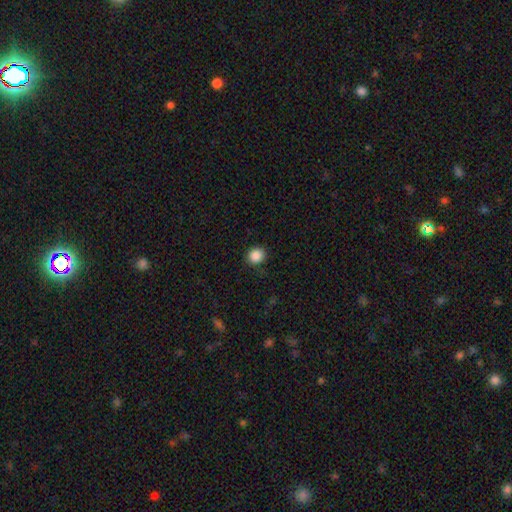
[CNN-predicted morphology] Overall: smooth (88%). How rounded: round (78%). Merging: none (87%).